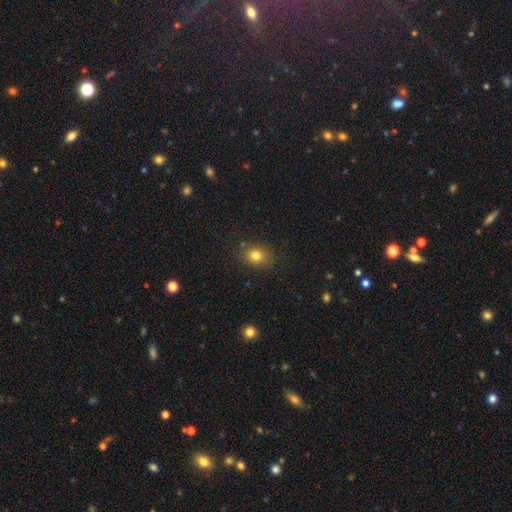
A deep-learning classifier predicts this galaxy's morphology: Overall: smooth (80%). How rounded: round (56%; in between 43%). Merging: none (80%).